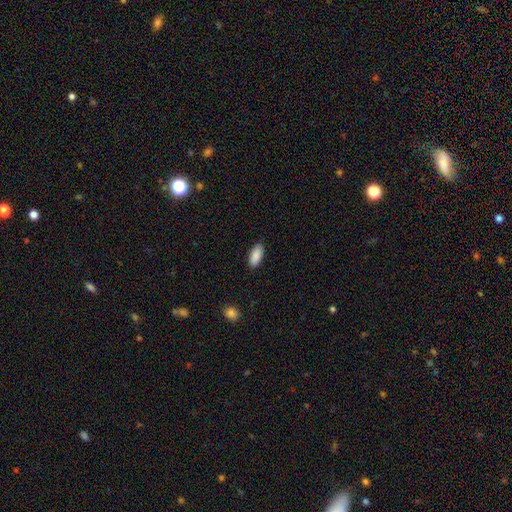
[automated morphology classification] smooth 90%, star or artifact 6%, featured or disk 4%. Down the decision tree: how rounded — in between (92%); merging — none (88%).